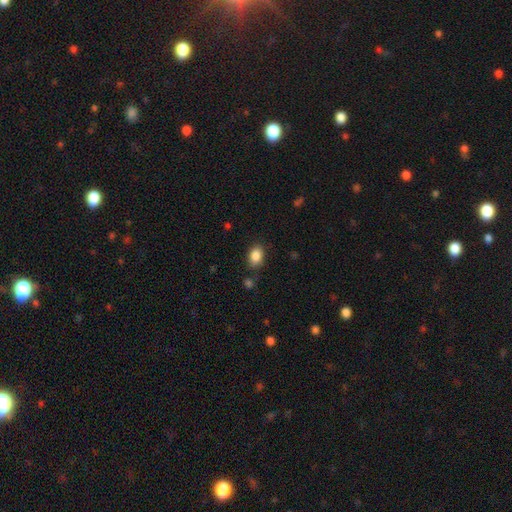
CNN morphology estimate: Smooth or featured: smooth — 87% (star or artifact — 9%)
How rounded: in between — 79% (round — 20%)
Merging: none — 80% (minor disturbance — 13%)